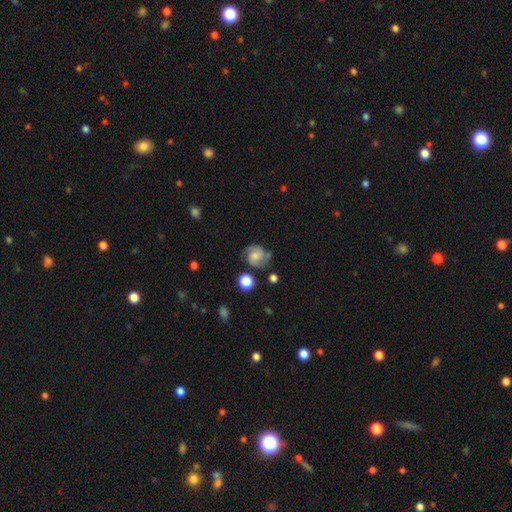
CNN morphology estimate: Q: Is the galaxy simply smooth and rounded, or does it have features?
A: featured or disk — 65%.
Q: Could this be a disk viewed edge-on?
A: no — 98%.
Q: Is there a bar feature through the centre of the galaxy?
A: no — 65%.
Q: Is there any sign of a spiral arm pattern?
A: yes — 93%.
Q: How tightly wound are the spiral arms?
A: medium — 47%.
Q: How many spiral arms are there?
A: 2 — 82%.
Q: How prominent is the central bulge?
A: small — 43%.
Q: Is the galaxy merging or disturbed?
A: none — 67%.